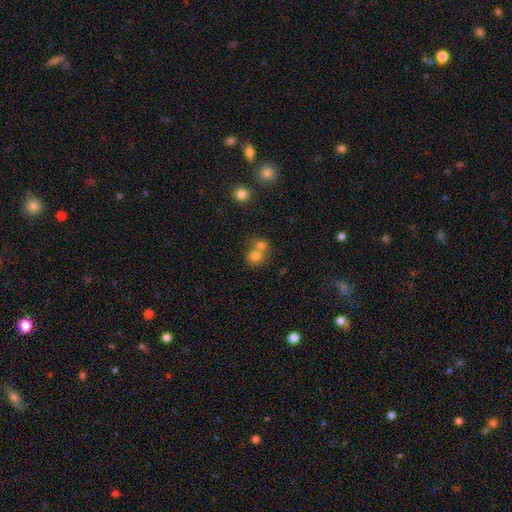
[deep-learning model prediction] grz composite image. It shows a smooth galaxy with no disk features (74%) that is round (80%). Merging: merger (55%).